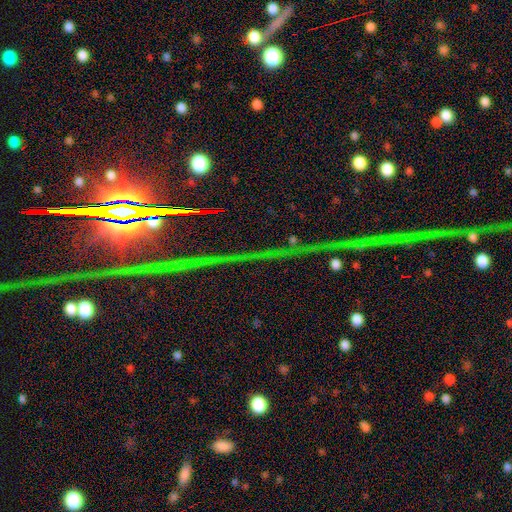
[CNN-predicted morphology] Smooth or featured? star or artifact (83%)